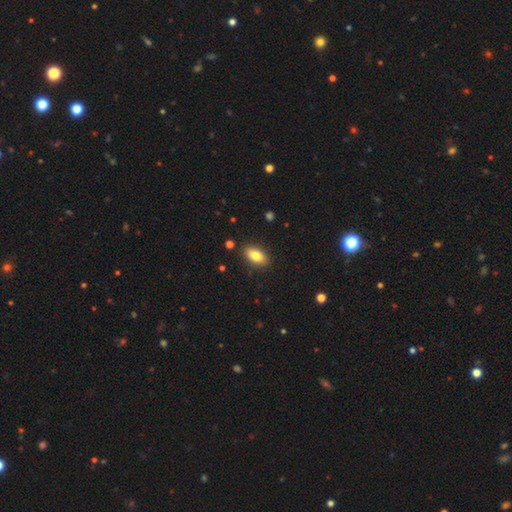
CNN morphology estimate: smooth_or_featured: smooth (p=0.81) [alt: featured or disk p=0.12]
how_rounded: in between (p=0.89) [alt: cigar-shaped p=0.07]
merging: none (p=0.88) [alt: minor disturbance p=0.08]